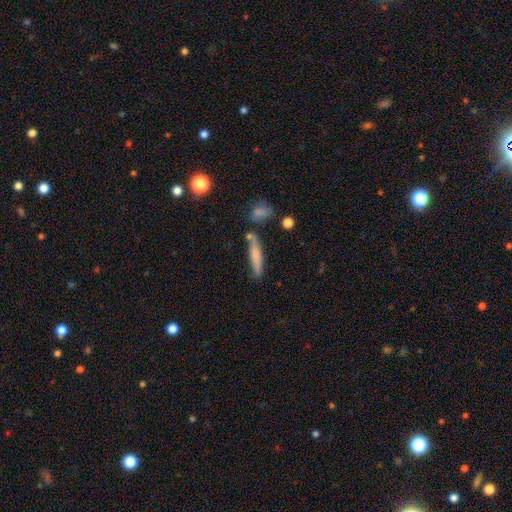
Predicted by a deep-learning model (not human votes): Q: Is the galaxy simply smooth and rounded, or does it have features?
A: smooth — 69%.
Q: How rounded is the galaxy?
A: cigar-shaped — 88%.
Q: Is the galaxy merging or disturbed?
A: none — 69%.